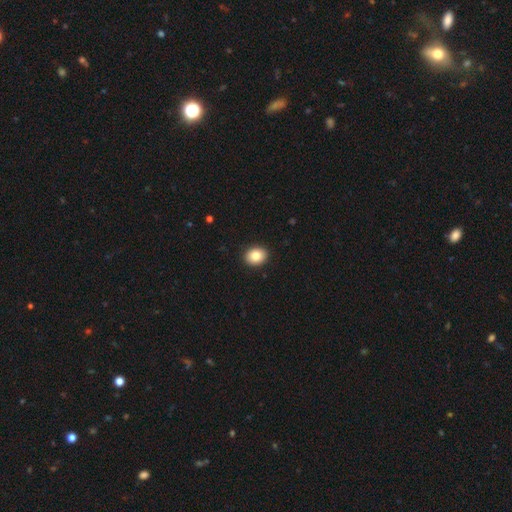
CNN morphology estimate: Smooth or featured: smooth — 84% (star or artifact — 9%)
How rounded: round — 57% (in between — 43%)
Merging: none — 92% (minor disturbance — 6%)